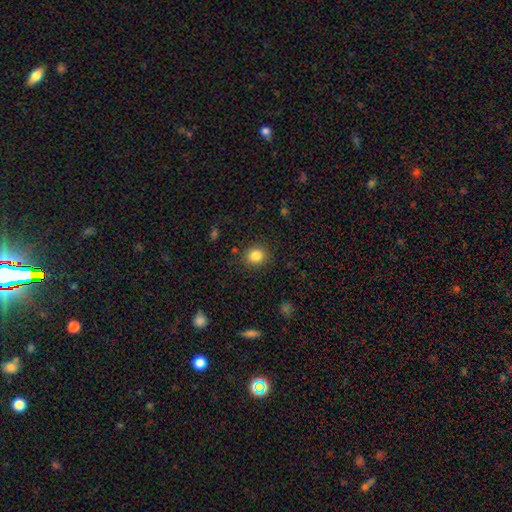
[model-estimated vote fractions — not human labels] Q: Smooth or featured?
A: smooth (84%); runner-up: star or artifact (11%)
Q: How rounded?
A: round (85%); runner-up: in between (14%)
Q: Merging?
A: none (88%); runner-up: minor disturbance (8%)